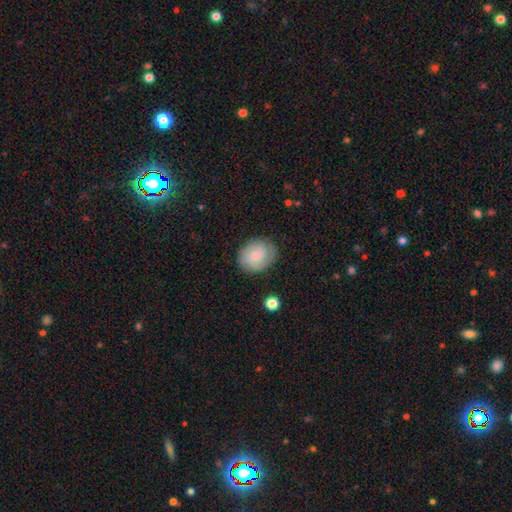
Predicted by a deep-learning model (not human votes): A smooth galaxy with no disk features (61%) that is round (59%). Merging: none (79%).